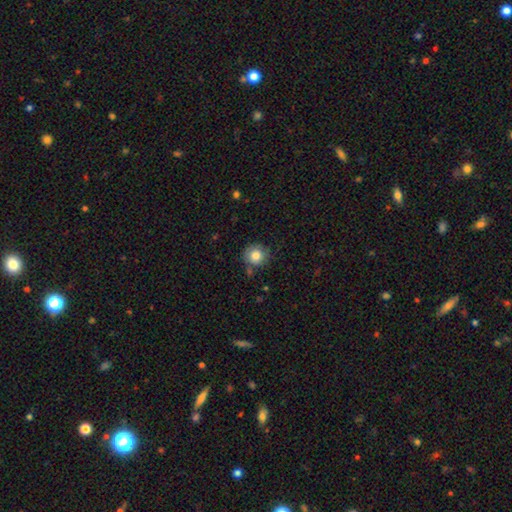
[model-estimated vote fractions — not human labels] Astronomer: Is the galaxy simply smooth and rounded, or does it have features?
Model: smooth — 82%.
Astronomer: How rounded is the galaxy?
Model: round — 92%.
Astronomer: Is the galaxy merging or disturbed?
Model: none — 78%.